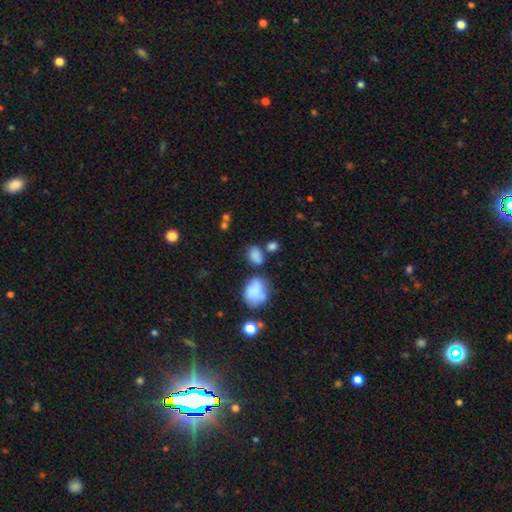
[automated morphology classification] type=smooth (80%); roundness=in between (73%); merging=none (54%).